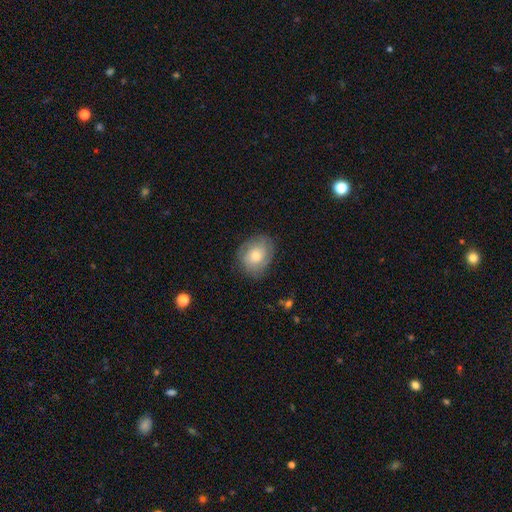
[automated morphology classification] This appears to be a smooth galaxy with no disk features (57%) that is in between round and cigar-shaped (54%). Merging: none (76%).